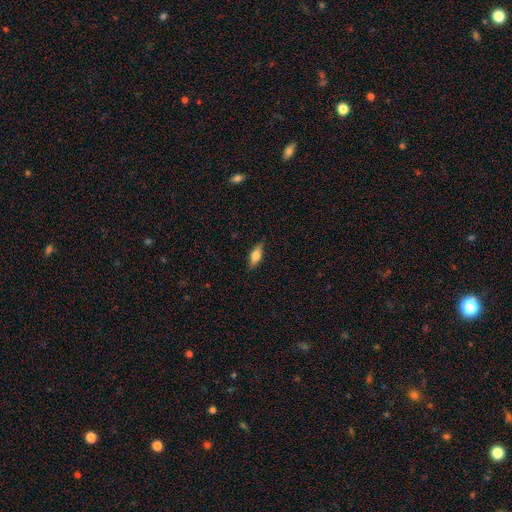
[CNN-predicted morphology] A smooth galaxy with no disk features (60%) that is in between round and cigar-shaped (66%).

Vote fractions:
- Smooth or featured? smooth: 60% / featured or disk: 33% / star or artifact: 7%
- How rounded? in between: 66% / cigar-shaped: 31% / round: 3%
- Merging? none: 84% / minor disturbance: 13% / major disturbance: 2% / merger: 1%